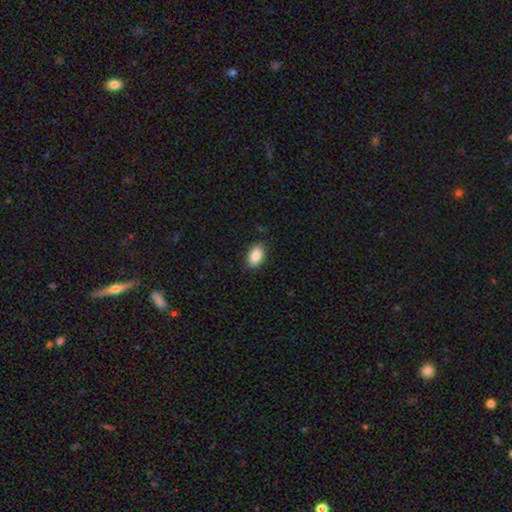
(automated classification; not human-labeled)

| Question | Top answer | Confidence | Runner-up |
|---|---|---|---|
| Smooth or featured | smooth | 87% | star or artifact (7%) |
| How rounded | in between | 92% | round (5%) |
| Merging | none | 86% | minor disturbance (10%) |